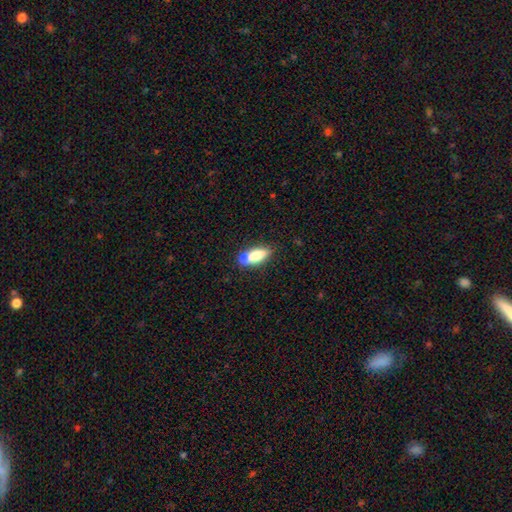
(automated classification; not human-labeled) Q: Smooth or featured?
A: smooth (66%); runner-up: featured or disk (27%)
Q: How rounded?
A: in between (59%); runner-up: cigar-shaped (38%)
Q: Merging?
A: none (64%); runner-up: minor disturbance (17%)